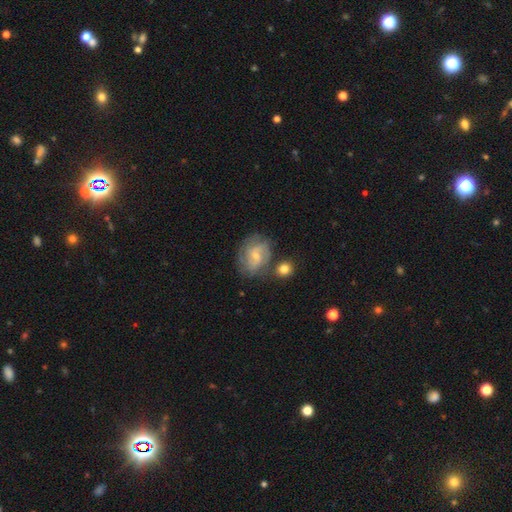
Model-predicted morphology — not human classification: Smooth or featured: featured or disk — 72% (smooth — 22%)
Edge-on disk: no — 97% (yes — 3%)
Bar: no — 48% (weak — 45%)
Spiral arms: yes — 90% (no — 10%)
Spiral winding: tight — 45% (medium — 41%)
Spiral arm count: 2 — 36% (can't tell — 30%)
Bulge size: small — 63% (moderate — 31%)
Merging: none — 63% (minor disturbance — 20%)